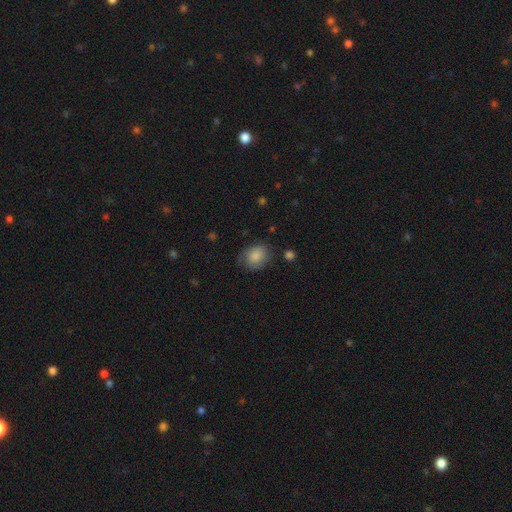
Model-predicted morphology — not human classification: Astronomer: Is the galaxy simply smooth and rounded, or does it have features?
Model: smooth — 84%.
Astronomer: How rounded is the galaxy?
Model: in between — 51% (runner-up: round, 48%).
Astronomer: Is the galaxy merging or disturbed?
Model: none — 72%.